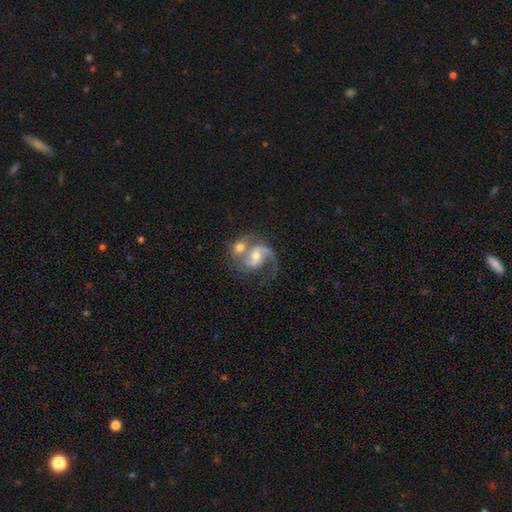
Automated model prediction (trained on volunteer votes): Smooth or featured: featured or disk — 80% (smooth — 14%)
Edge-on disk: no — 97% (yes — 3%)
Bar: no — 45% (weak — 42%)
Spiral arms: yes — 92% (no — 8%)
Spiral winding: medium — 48% (loose — 35%)
Spiral arm count: 2 — 56% (1 — 34%)
Bulge size: moderate — 62% (small — 27%)
Merging: merger — 57% (none — 21%)